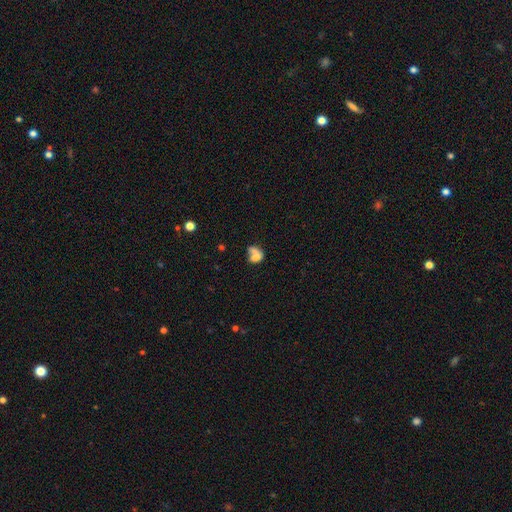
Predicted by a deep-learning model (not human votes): A smooth galaxy with no disk features (64%) that is in between round and cigar-shaped (60%). Merging: merger (54%).